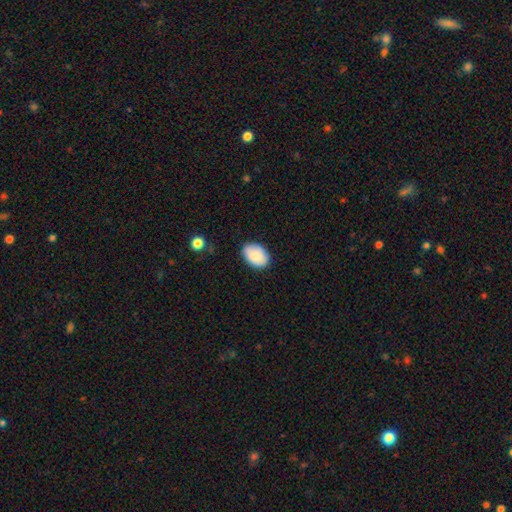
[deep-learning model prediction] Smooth or featured: smooth — 87% (star or artifact — 7%)
How rounded: in between — 85% (round — 14%)
Merging: none — 82% (minor disturbance — 14%)